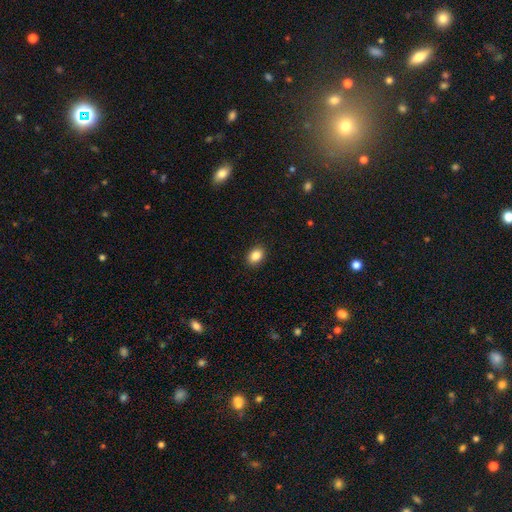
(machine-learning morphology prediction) smooth-or-featured: smooth: 86% | star or artifact: 9% | featured or disk: 5%
  how-rounded: in between: 69% | round: 30% | cigar-shaped: 1%
  merging: none: 90% | minor disturbance: 7% | major disturbance: 2% | merger: 1%